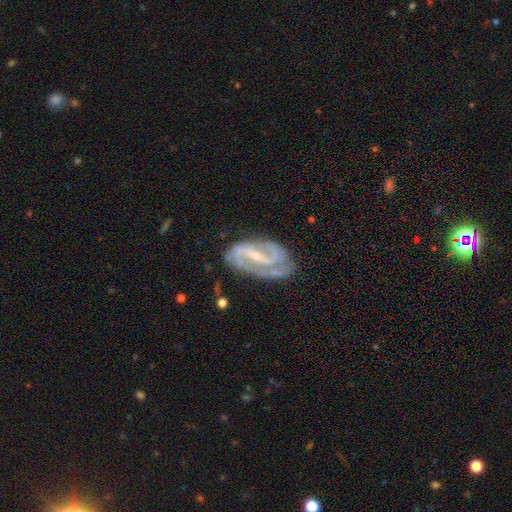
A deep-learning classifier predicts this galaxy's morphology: Smooth or featured?
  - featured or disk: 86% *
  - smooth: 8%
  - star or artifact: 6%
Edge-on disk?
  - no: 95% *
  - yes: 5%
Bar?
  - strong: 47% *
  - weak: 38%
  - no: 15%
Spiral arms?
  - yes: 95% *
  - no: 5%
Spiral winding?
  - medium: 44% *
  - tight: 39%
  - loose: 16%
Spiral arm count?
  - 2: 72% *
  - can't tell: 10%
  - 3: 9%
  - 1: 5%
  - 4: 2%
  - more than 4: 2%
Bulge size?
  - small: 67% *
  - moderate: 23%
  - none: 8%
  - large: 1%
  - dominant: 1%
Merging?
  - none: 68% *
  - minor disturbance: 20%
  - major disturbance: 10%
  - merger: 2%